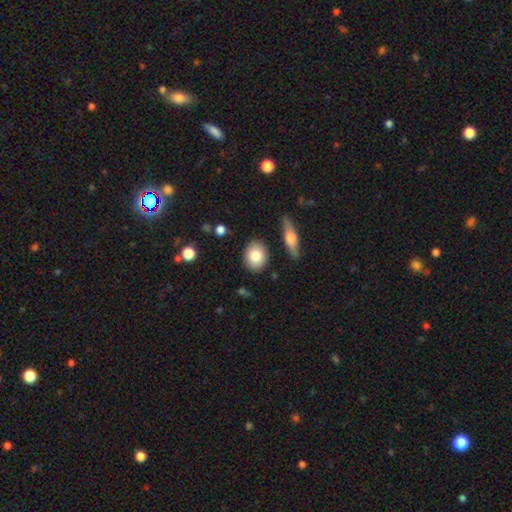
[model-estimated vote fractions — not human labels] Smooth or featured? smooth (81%)
How rounded? in between (49%, tied with round)
Merging? none (86%)